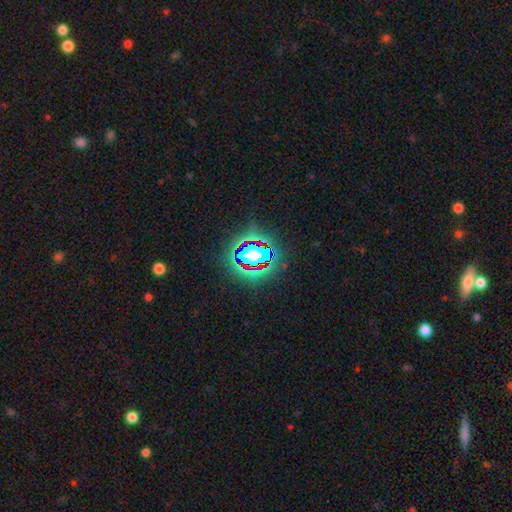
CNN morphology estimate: This is likely a star or artifact rather than a galaxy (72%).